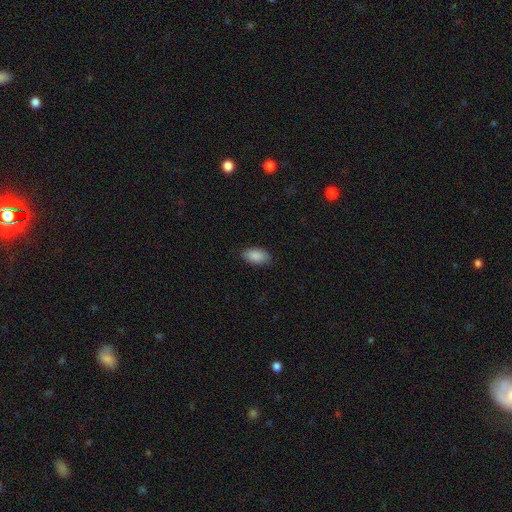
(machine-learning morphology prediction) smooth-or-featured: smooth: 90% | star or artifact: 6% | featured or disk: 4%
  how-rounded: in between: 95% | round: 3% | cigar-shaped: 2%
  merging: none: 86% | minor disturbance: 10% | major disturbance: 2% | merger: 1%